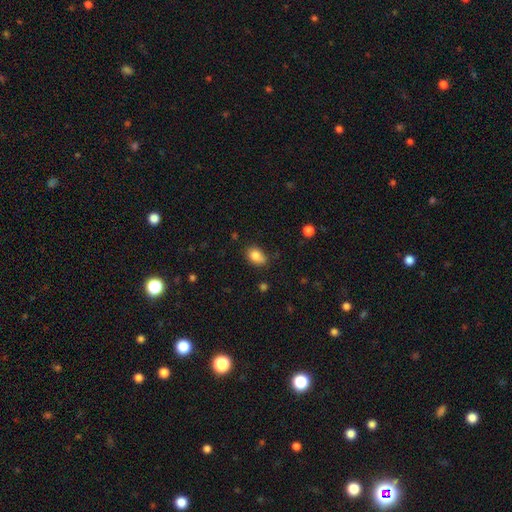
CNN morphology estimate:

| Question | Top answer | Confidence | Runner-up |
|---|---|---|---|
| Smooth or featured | smooth | 83% | star or artifact (9%) |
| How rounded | in between | 73% | round (25%) |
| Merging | none | 67% | minor disturbance (24%) |